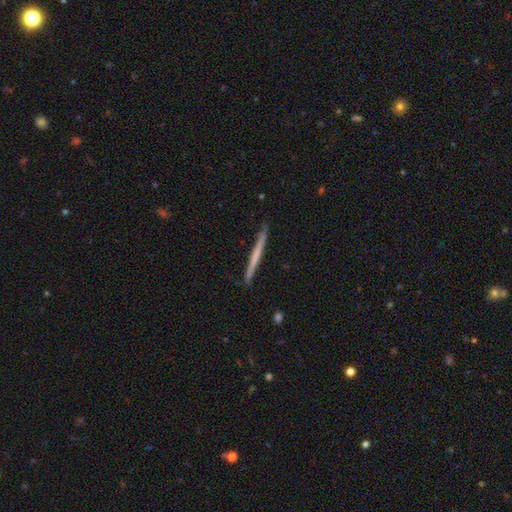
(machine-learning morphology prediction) Q: Smooth or featured?
A: featured or disk (49%); runner-up: smooth (46%)
Q: Merging?
A: none (92%); runner-up: minor disturbance (6%)